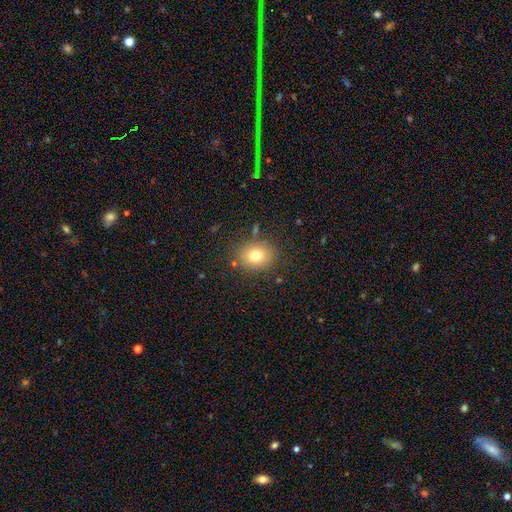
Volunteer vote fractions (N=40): Smooth or featured? smooth (80%)
How rounded? round (72%)
Merging? none (84%)